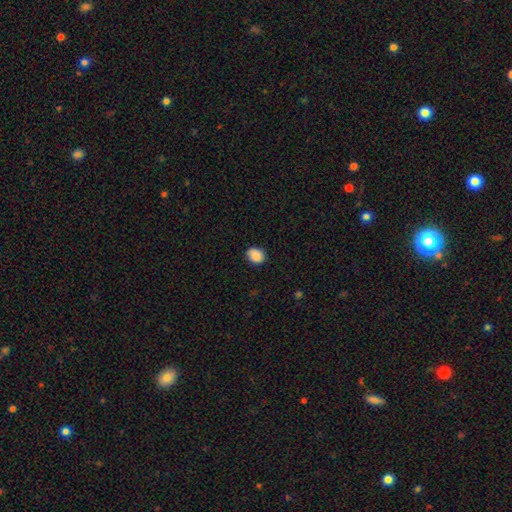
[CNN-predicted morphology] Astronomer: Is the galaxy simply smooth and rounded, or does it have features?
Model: smooth — 88%.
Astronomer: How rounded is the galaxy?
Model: round — 61% (runner-up: in between, 38%).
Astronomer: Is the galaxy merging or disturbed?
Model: none — 79%.